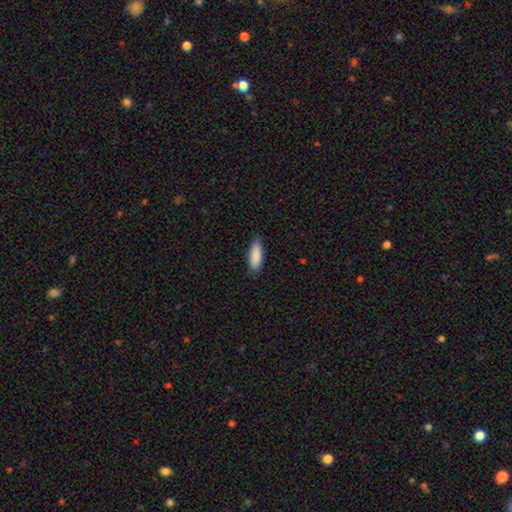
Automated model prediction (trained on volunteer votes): smooth-or-featured: smooth: 89% | star or artifact: 6% | featured or disk: 5%
  how-rounded: in between: 63% | cigar-shaped: 35% | round: 2%
  merging: none: 86% | minor disturbance: 11% | major disturbance: 2% | merger: 1%